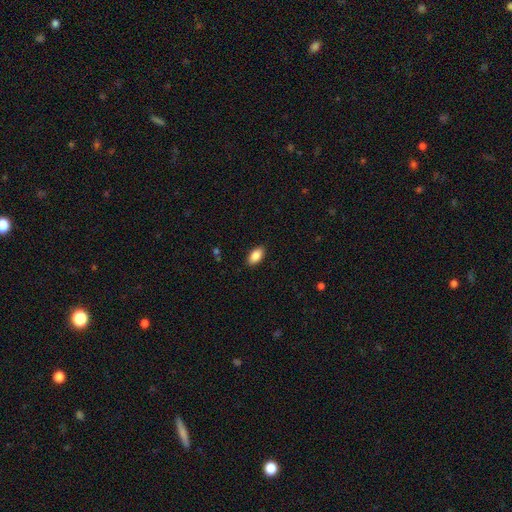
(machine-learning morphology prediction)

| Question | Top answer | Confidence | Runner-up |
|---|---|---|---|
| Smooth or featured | smooth | 87% | star or artifact (7%) |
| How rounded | in between | 93% | round (4%) |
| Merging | none | 88% | minor disturbance (9%) |